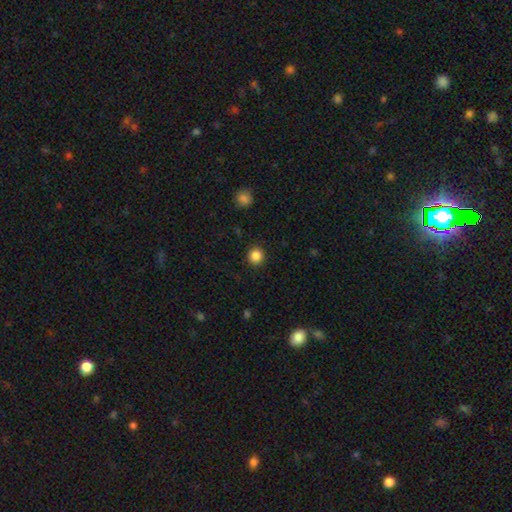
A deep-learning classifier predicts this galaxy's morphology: This appears to be a smooth galaxy with no disk features (85%) that is round (91%). Merging: none (92%).